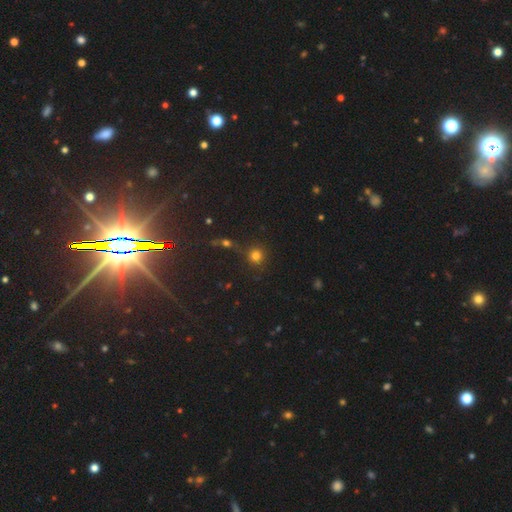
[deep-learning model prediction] A smooth galaxy with no disk features (76%) that is round (93%). Merging: none (77%).